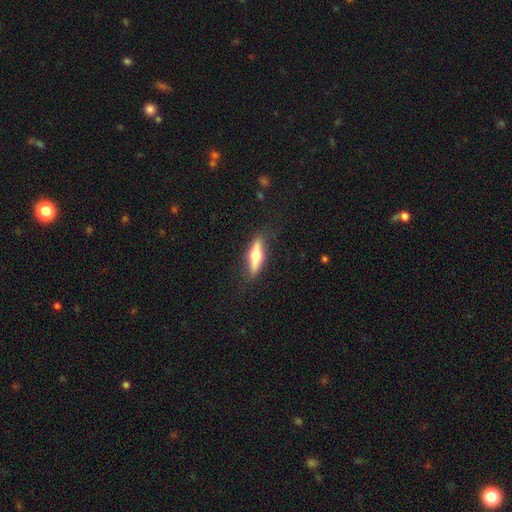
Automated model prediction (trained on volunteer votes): Q: Smooth or featured?
A: featured or disk (54%); runner-up: smooth (41%)
Q: Edge-on disk?
A: yes (92%); runner-up: no (8%)
Q: Merging?
A: none (84%); runner-up: minor disturbance (12%)